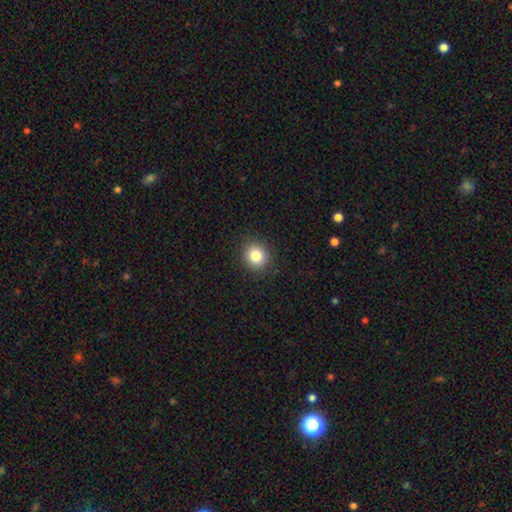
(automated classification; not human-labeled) This is clearly a smooth galaxy (82%). How rounded: clearly round (85%). Merging: clearly none (90%).